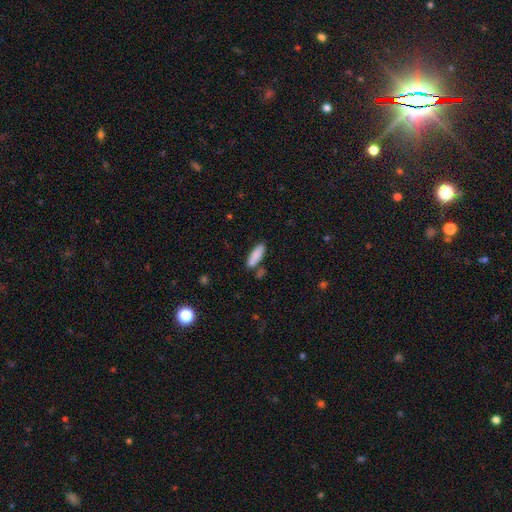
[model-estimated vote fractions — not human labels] smooth 86%, featured or disk 8%, star or artifact 7%. Down the decision tree: how rounded — in between (56%); merging — none (70%).